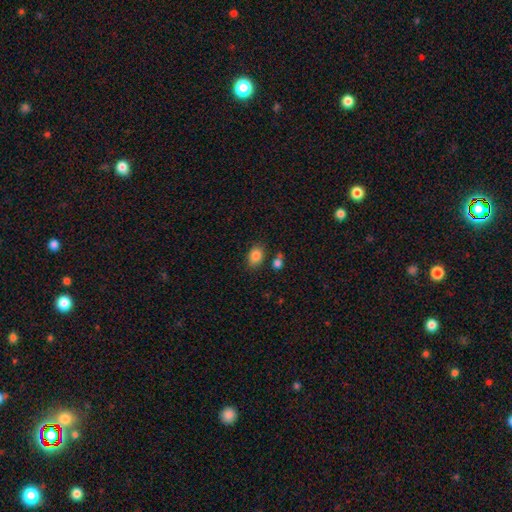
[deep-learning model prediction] This appears to be a smooth galaxy with no disk features (85%) that is in between round and cigar-shaped (78%). Merging: none (77%).